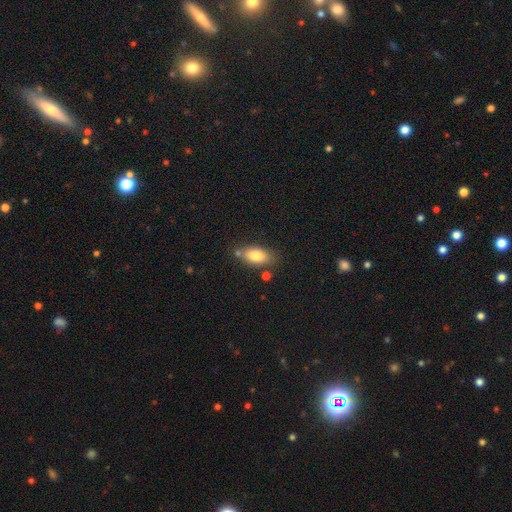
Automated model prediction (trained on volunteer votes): The model was most divided on "merging": none: 71%, minor disturbance: 16%, merger: 9%, major disturbance: 4%. More confident: how rounded — in between (88%); smooth or featured — smooth (80%).